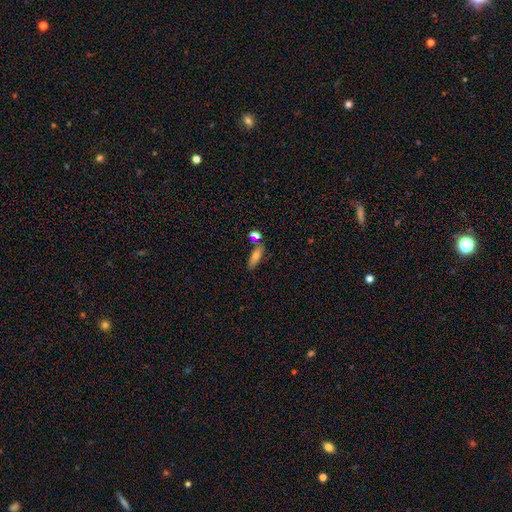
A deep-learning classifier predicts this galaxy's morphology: This appears to be a smooth galaxy with no disk features (69%) that is in between round and cigar-shaped (49%). Merging: none (70%).